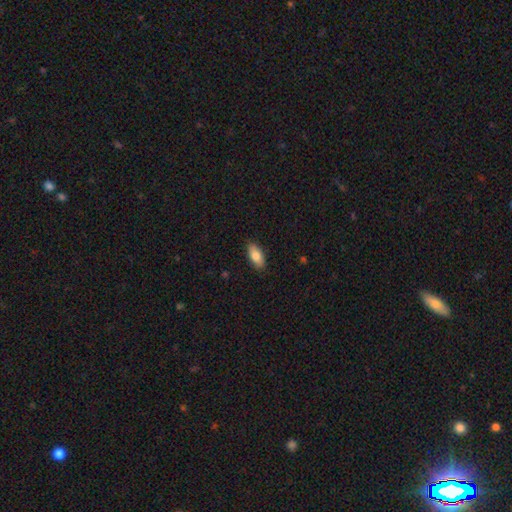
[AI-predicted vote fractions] Smooth or featured? smooth (82%)
How rounded? in between (87%)
Merging? none (88%)